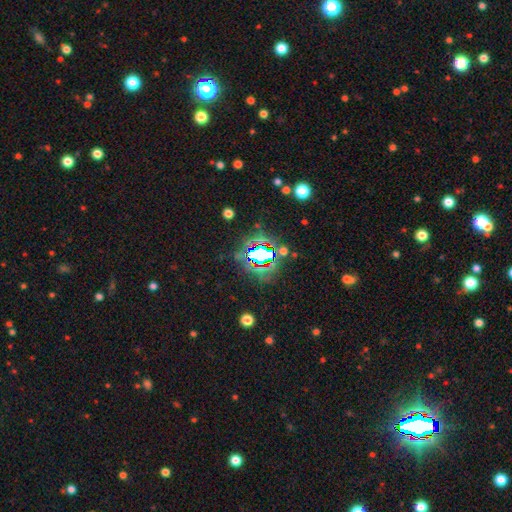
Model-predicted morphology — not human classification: This appears to be a star or artifact, not a galaxy (74%).